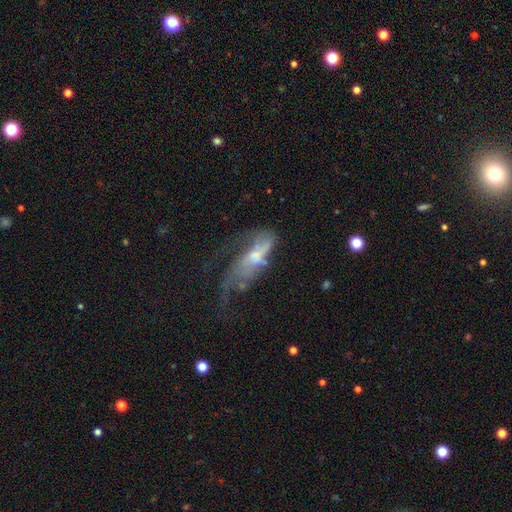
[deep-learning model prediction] A featured or disk galaxy (58%). Merging: major disturbance (52%).